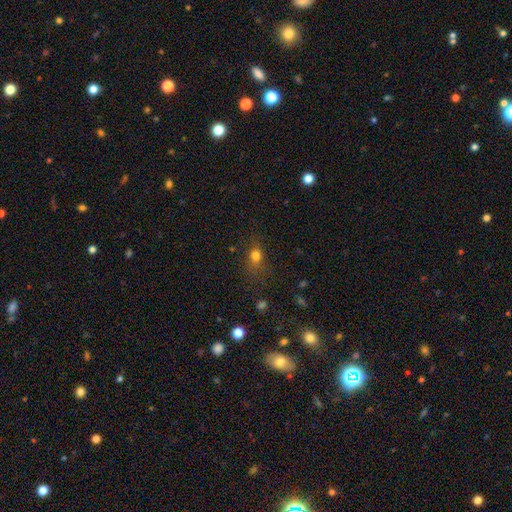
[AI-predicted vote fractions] Morphology: type=smooth (74%); roundness=round (50%); merging=none (60%).